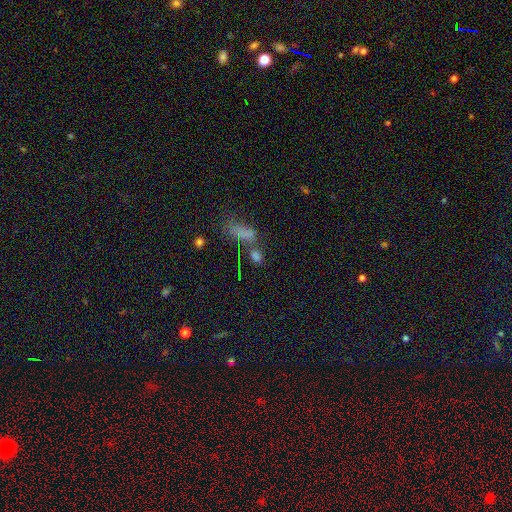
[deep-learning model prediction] smooth 56%, star or artifact 31%, featured or disk 13%. Down the decision tree: how rounded — in between (62%); merging — none (45%).